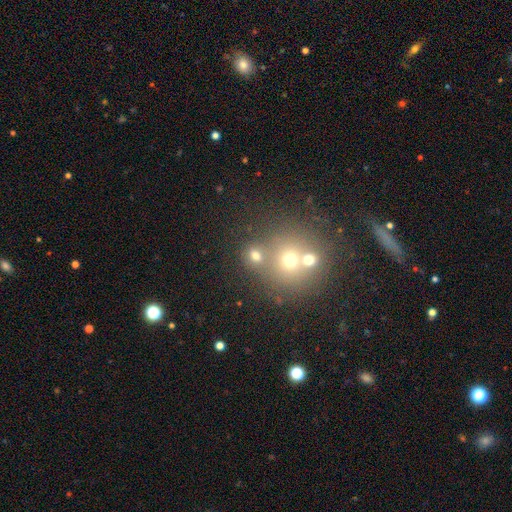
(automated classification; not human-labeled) Q: Smooth or featured?
A: smooth (69%); runner-up: star or artifact (19%)
Q: How rounded?
A: round (77%); runner-up: in between (22%)
Q: Merging?
A: none (52%); runner-up: merger (36%)